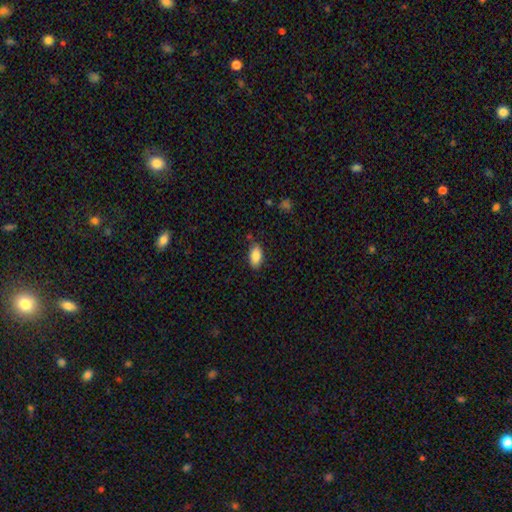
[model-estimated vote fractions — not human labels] smooth 86%, featured or disk 7%, star or artifact 7%. Down the decision tree: how rounded — in between (93%); merging — none (80%).